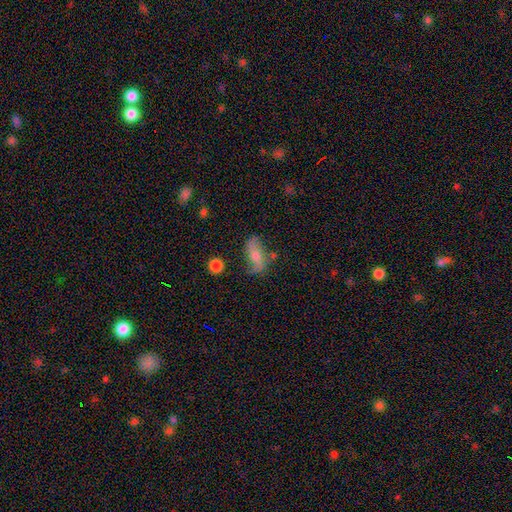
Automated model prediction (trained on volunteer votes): The model was most divided on "smooth or featured": featured or disk: 56%, smooth: 35%, star or artifact: 9%. More confident: edge-on disk — no (90%); spiral arms — yes (80%); merging — none (57%); bar — no (57%); bulge size — moderate (54%).